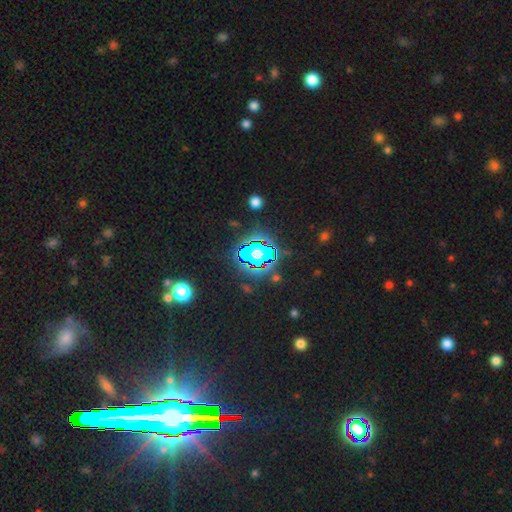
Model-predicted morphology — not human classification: This appears to be a star or artifact, not a galaxy (74%).